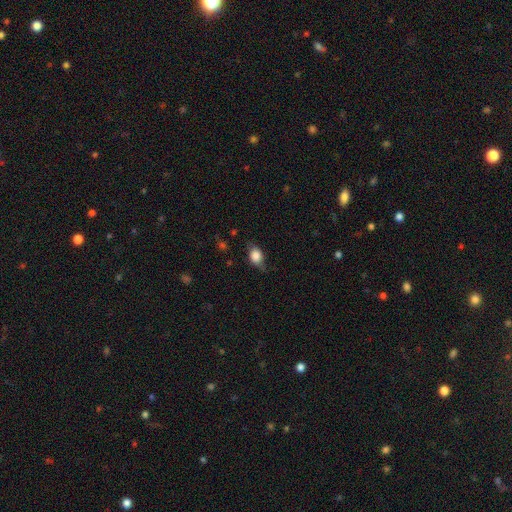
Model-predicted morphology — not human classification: Smooth or featured: smooth — 76% (featured or disk — 16%)
How rounded: in between — 70% (round — 27%)
Merging: none — 62% (minor disturbance — 28%)